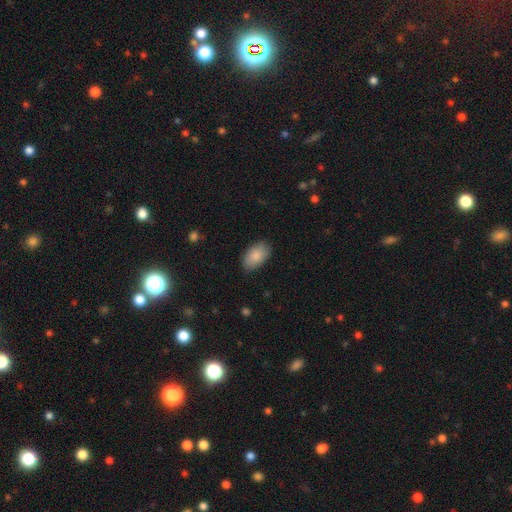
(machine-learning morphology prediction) This is clearly a smooth galaxy (87%). How rounded: clearly in between (94%). Merging: clearly none (84%).